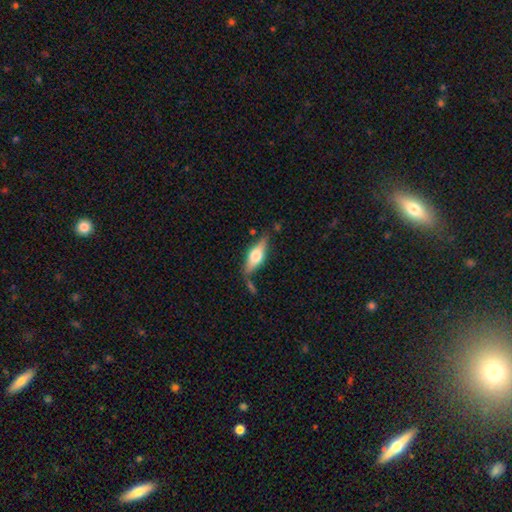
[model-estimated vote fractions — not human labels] This appears to be a featured or disk galaxy (47%, tied with smooth). Merging: none (69%).